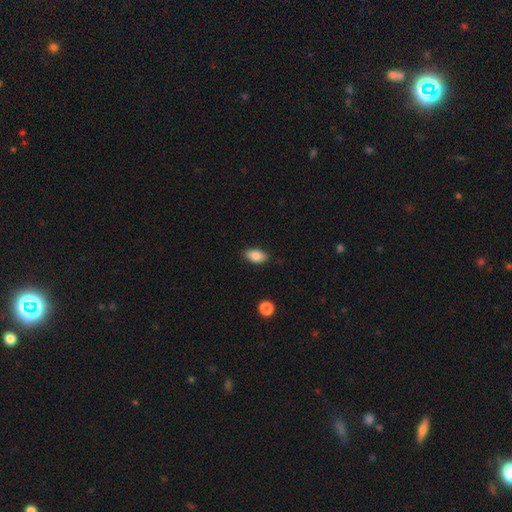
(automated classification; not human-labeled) smooth 85%, star or artifact 8%, featured or disk 7%. Down the decision tree: how rounded — in between (91%); merging — none (86%).